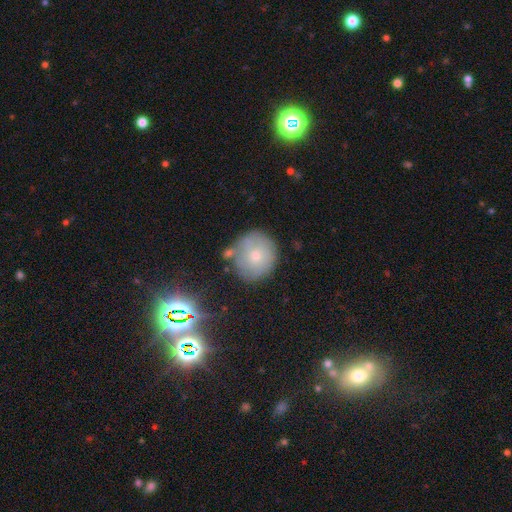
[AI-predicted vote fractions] smooth_or_featured: smooth (p=0.68) [alt: featured or disk p=0.23]
how_rounded: round (p=0.89) [alt: in between p=0.10]
merging: none (p=0.65) [alt: minor disturbance p=0.20]